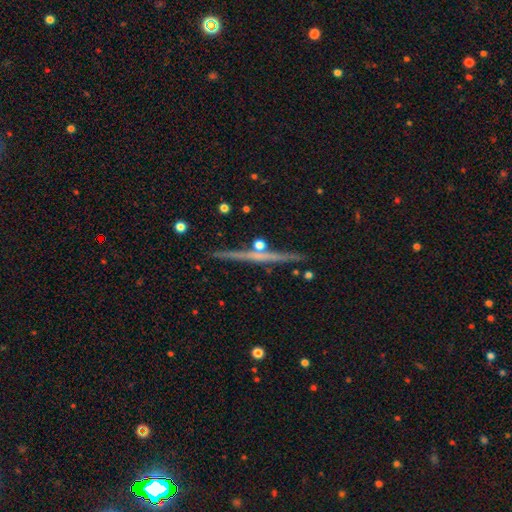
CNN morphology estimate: smooth-or-featured: featured or disk: 76% | smooth: 16% | star or artifact: 7%
  disk-edge-on: yes: 98% | no: 2%
    edge-on-bulge: rounded: 50% | none: 44% | boxy: 6%
  merging: none: 89% | minor disturbance: 7% | merger: 3% | major disturbance: 2%